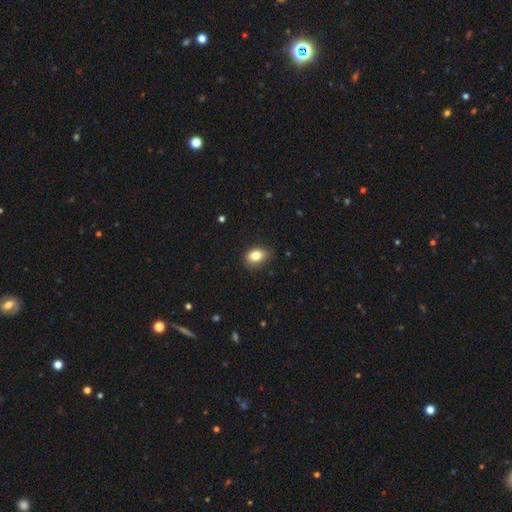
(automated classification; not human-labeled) Smooth or featured: smooth — 82% (star or artifact — 10%)
How rounded: in between — 75% (round — 23%)
Merging: none — 79% (minor disturbance — 17%)